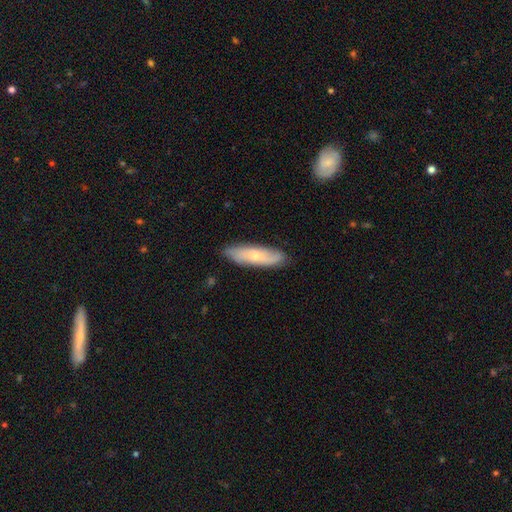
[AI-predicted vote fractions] A smooth galaxy with no disk features (52%) that is cigar-shaped (56%).

Vote fractions:
- Smooth or featured? smooth: 52% / featured or disk: 41% / star or artifact: 6%
- How rounded? cigar-shaped: 56% / in between: 42% / round: 2%
- Merging? none: 82% / minor disturbance: 14% / major disturbance: 3% / merger: 1%